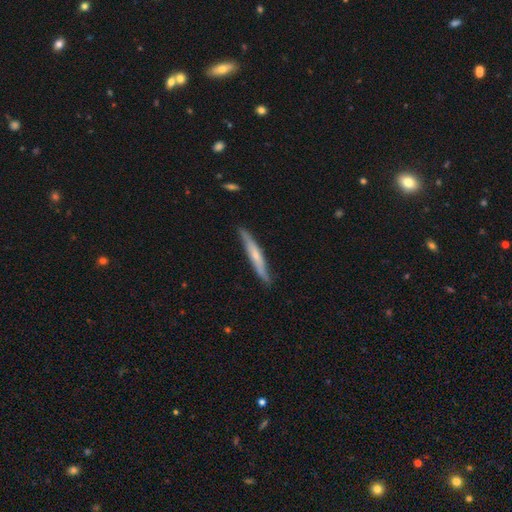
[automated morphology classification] A featured or disk galaxy (48%). Merging: none (82%).